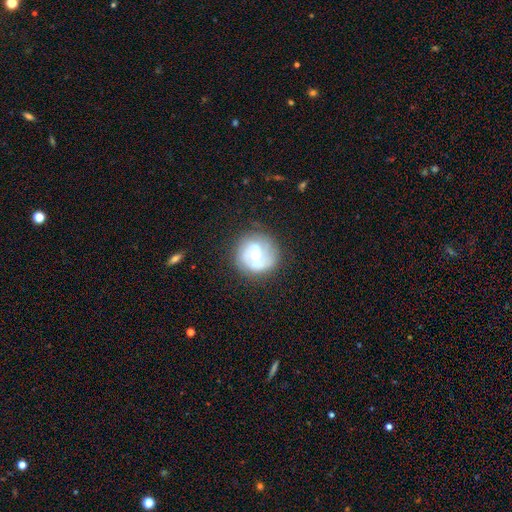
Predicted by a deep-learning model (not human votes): This appears to be a featured or disk galaxy (57%) with no bar (56%), spiral arms (54%) and a small central bulge (45%). Merging: none (60%).